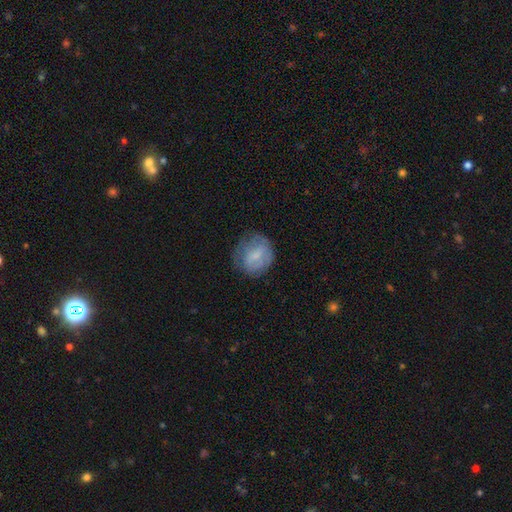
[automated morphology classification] The model was most divided on "smooth or featured": smooth: 59%, featured or disk: 32%, star or artifact: 8%. More confident: how rounded — round (70%); merging — none (62%).